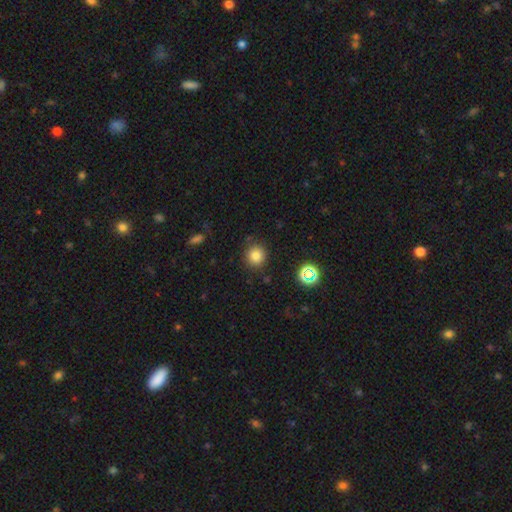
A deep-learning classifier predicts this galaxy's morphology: A smooth galaxy with no disk features (79%) that is round (90%). Merging: none (85%).